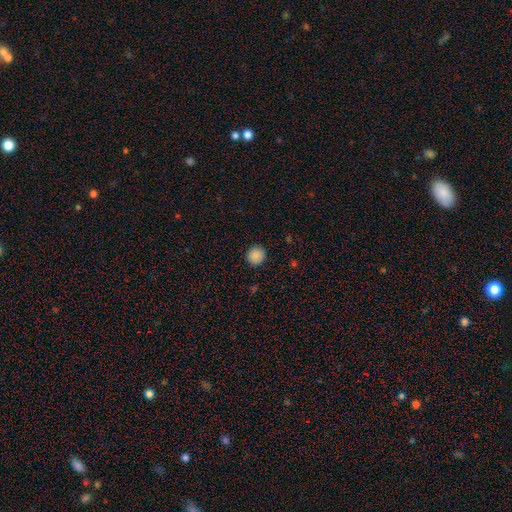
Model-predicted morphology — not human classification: type=smooth (88%); roundness=round (93%); merging=none (91%).